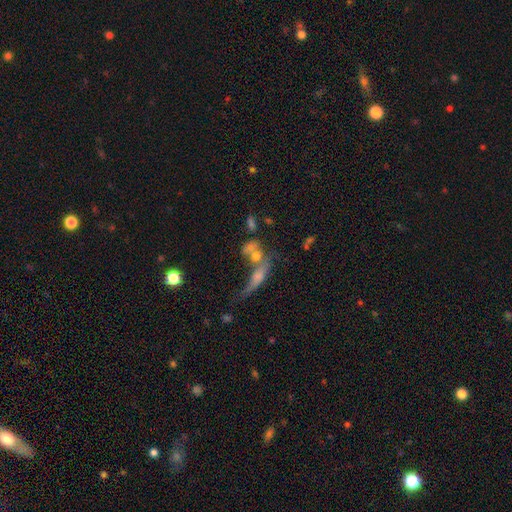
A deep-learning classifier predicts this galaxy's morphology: Smooth or featured: smooth — 41% (featured or disk — 40%)
Merging: merger — 54% (none — 20%)